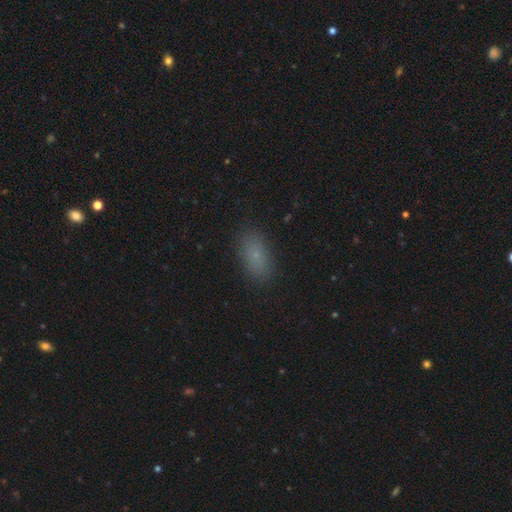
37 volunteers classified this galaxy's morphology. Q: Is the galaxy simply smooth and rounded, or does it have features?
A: smooth — 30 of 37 (81%).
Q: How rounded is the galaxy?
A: in between — 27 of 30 (90%).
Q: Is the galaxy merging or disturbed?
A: none — 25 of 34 (74%).